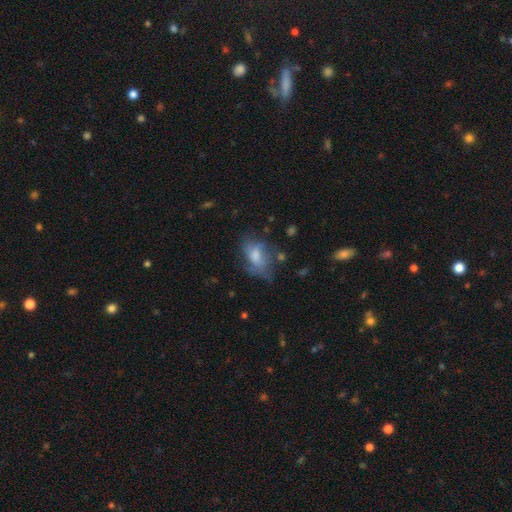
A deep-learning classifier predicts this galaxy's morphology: This is likely a smooth galaxy (61%). How rounded: clearly in between (86%). Merging: marginally none (43%).